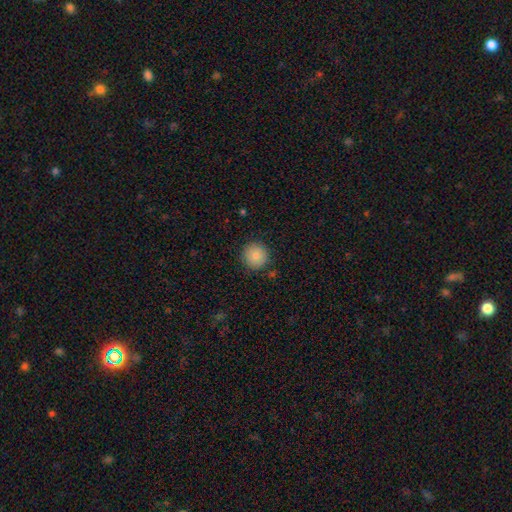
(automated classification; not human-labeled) A smooth galaxy with no disk features (85%) that is round (95%).

Vote fractions:
- Smooth or featured? smooth: 85% / star or artifact: 9% / featured or disk: 6%
- How rounded? round: 95% / in between: 4% / cigar-shaped: 1%
- Merging? none: 89% / minor disturbance: 8% / major disturbance: 2% / merger: 1%